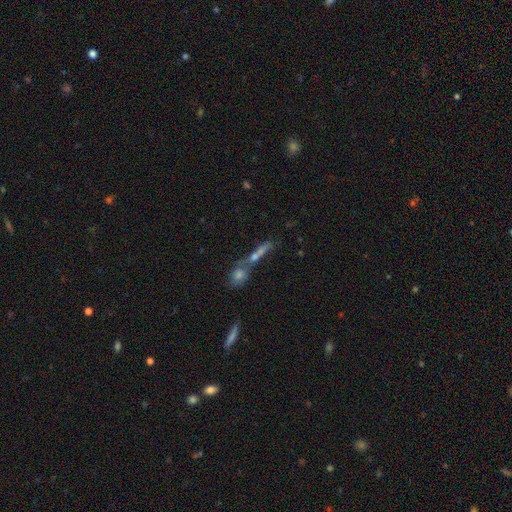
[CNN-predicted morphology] Smooth or featured: smooth — 45% (featured or disk — 36%)
Merging: merger — 49% (none — 36%)